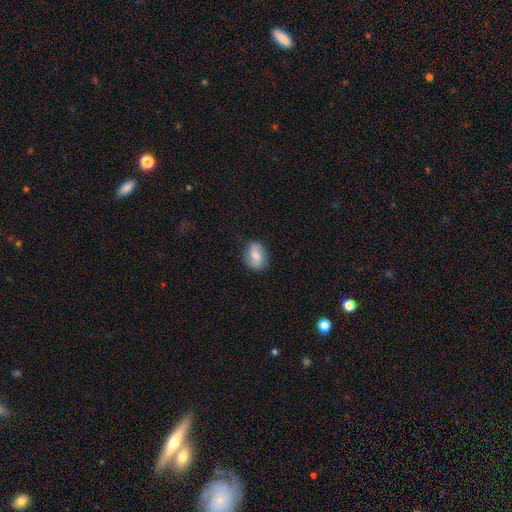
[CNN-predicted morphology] smooth 56%, featured or disk 37%, star or artifact 7%. Down the decision tree: how rounded — in between (70%); merging — none (81%).